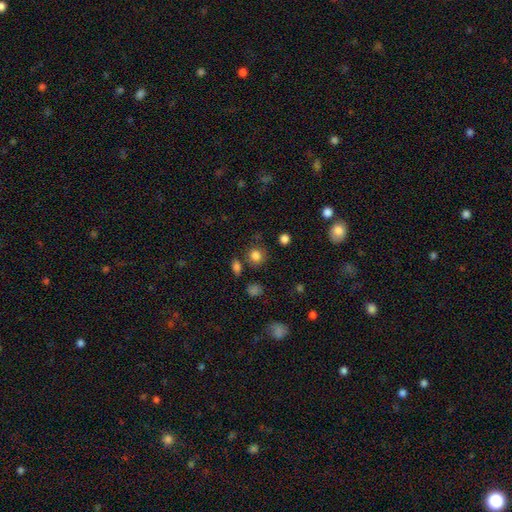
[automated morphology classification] This appears to be a smooth galaxy with no disk features (82%) that is round (85%). Merging: none (79%).